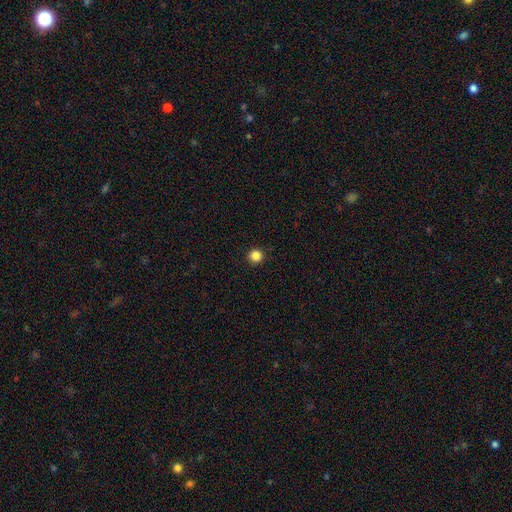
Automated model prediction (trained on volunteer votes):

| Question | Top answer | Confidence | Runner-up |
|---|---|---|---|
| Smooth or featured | smooth | 85% | star or artifact (12%) |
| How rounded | round | 96% | in between (3%) |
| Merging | none | 93% | minor disturbance (4%) |